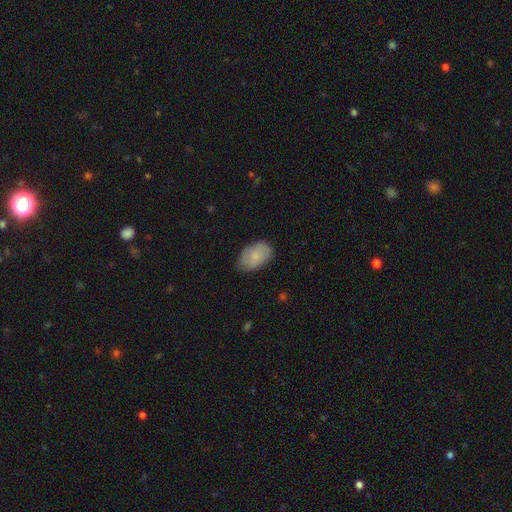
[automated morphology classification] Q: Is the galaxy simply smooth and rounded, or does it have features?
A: smooth — 81%.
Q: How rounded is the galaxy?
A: in between — 91%.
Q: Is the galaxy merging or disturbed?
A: none — 74%.